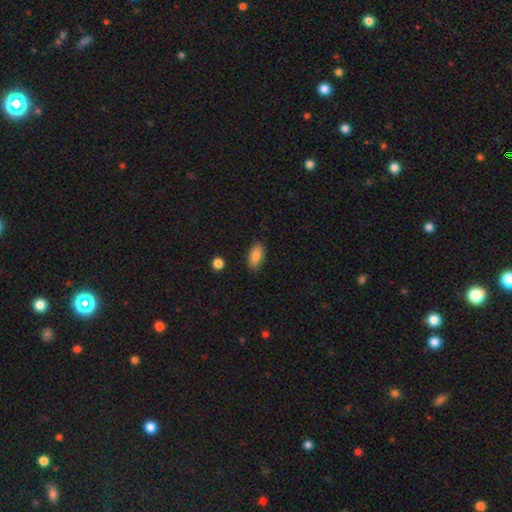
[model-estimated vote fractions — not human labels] smooth_or_featured: smooth (p=0.86) [alt: star or artifact p=0.07]
how_rounded: in between (p=0.89) [alt: cigar-shaped p=0.08]
merging: none (p=0.86) [alt: minor disturbance p=0.10]